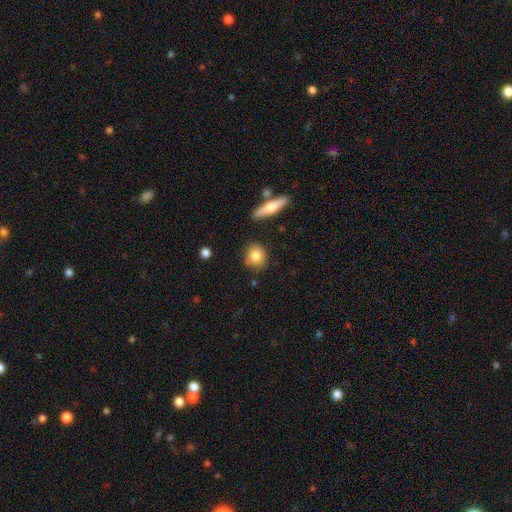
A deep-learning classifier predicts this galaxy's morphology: type=smooth (81%); roundness=round (71%); merging=none (78%).